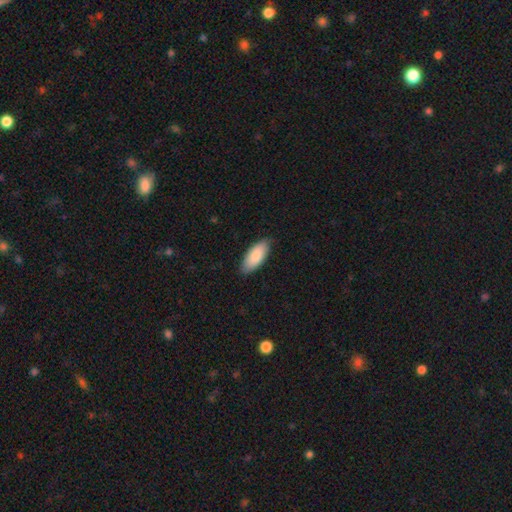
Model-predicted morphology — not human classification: Overall: smooth (87%). How rounded: in between (84%). Merging: none (84%).